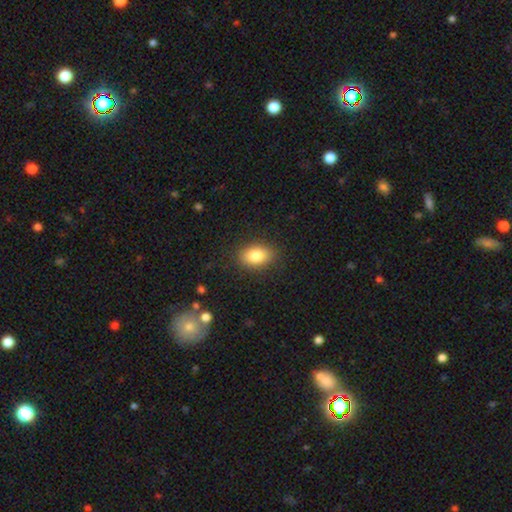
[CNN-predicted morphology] Smooth or featured? smooth (83%)
How rounded? in between (81%)
Merging? none (87%)